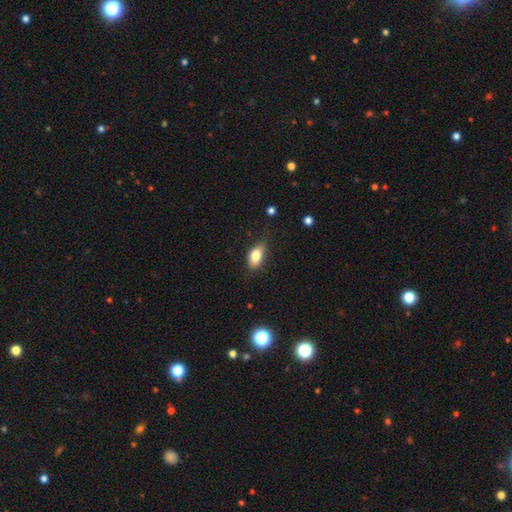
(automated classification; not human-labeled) Smooth or featured: smooth — 78% (featured or disk — 14%)
How rounded: in between — 87% (round — 8%)
Merging: none — 72% (minor disturbance — 22%)